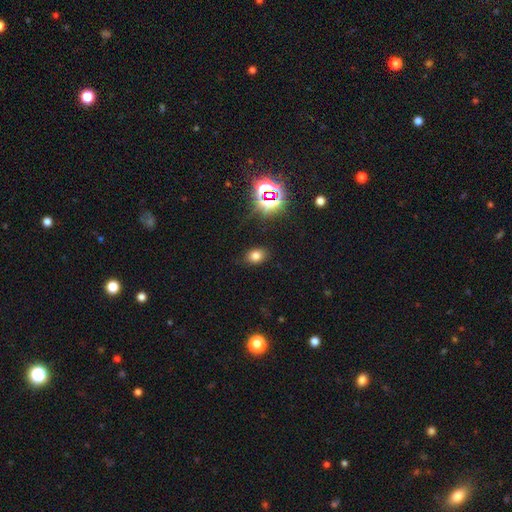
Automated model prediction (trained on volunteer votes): smooth_or_featured: smooth (p=0.72) [alt: star or artifact p=0.21]
how_rounded: in between (p=0.71) [alt: round p=0.27]
merging: none (p=0.85) [alt: minor disturbance p=0.10]